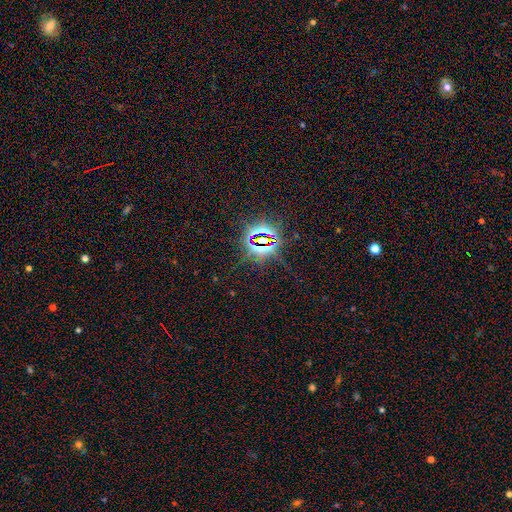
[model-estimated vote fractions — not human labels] This is clearly a star or artifact rather than a galaxy (83%).